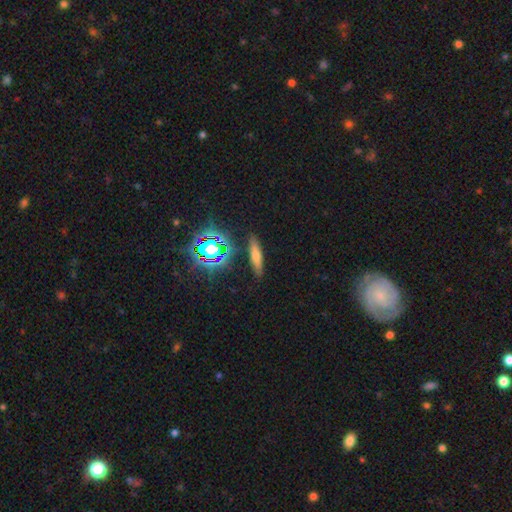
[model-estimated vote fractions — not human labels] Smooth or featured?
  - smooth: 51% *
  - featured or disk: 27%
  - star or artifact: 21%
How rounded?
  - cigar-shaped: 75% *
  - in between: 20%
  - round: 5%
Merging?
  - none: 86% *
  - minor disturbance: 10%
  - major disturbance: 3%
  - merger: 2%